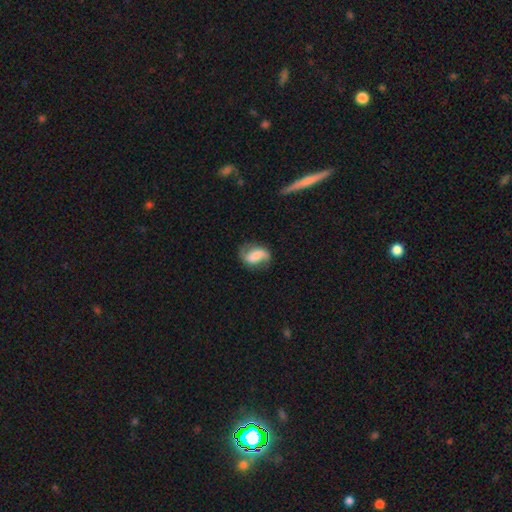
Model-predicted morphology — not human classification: Overall: featured or disk (63%; smooth 29%). Edge-on disk: no (97%). Bar: weak (39%; no 32%). Spiral arms: yes (91%). Spiral arm count: 2 (87%). Spiral winding: loose (53%; medium 34%). Bulge size: none (29%; small 24%). Merging: none (68%).